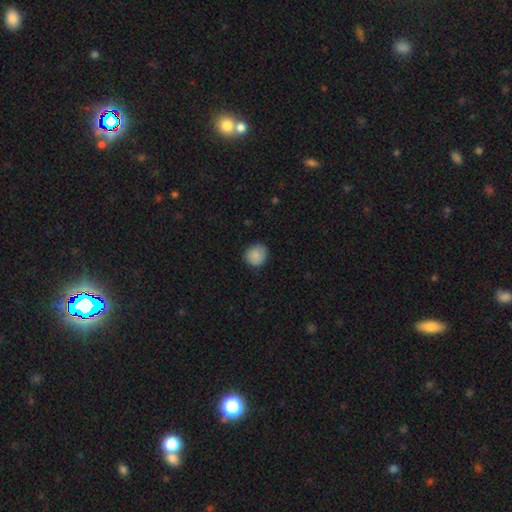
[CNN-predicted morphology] Smooth or featured: smooth — 87% (star or artifact — 8%)
How rounded: round — 85% (in between — 14%)
Merging: none — 81% (minor disturbance — 15%)